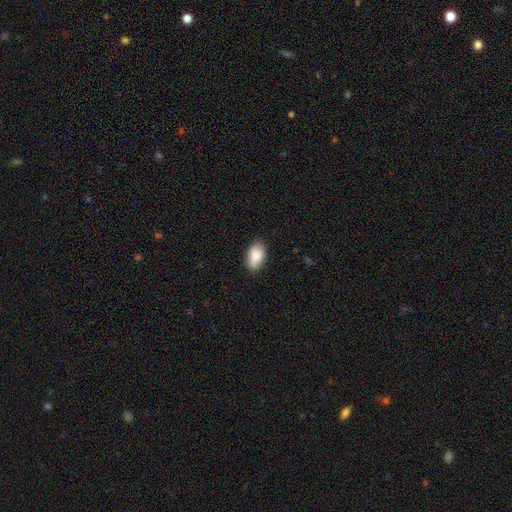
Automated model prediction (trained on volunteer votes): smooth 85%, featured or disk 8%, star or artifact 7%. Down the decision tree: how rounded — in between (93%); merging — none (80%).